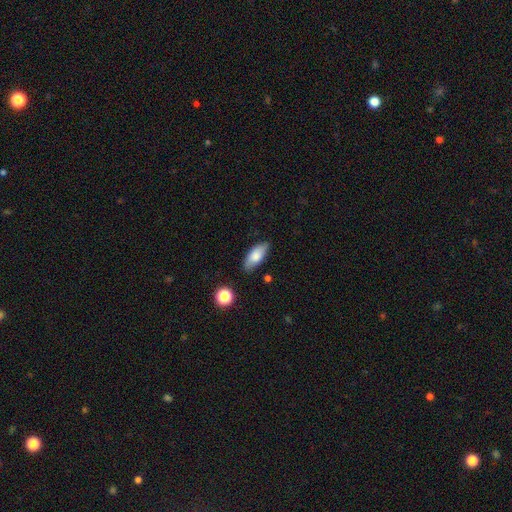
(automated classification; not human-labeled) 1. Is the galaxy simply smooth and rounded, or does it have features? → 78% smooth, 15% featured or disk, 7% star or artifact.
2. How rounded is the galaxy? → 84% in between, 14% cigar-shaped, 3% round.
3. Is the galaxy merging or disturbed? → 80% none, 15% minor disturbance, 3% major disturbance, 2% merger.